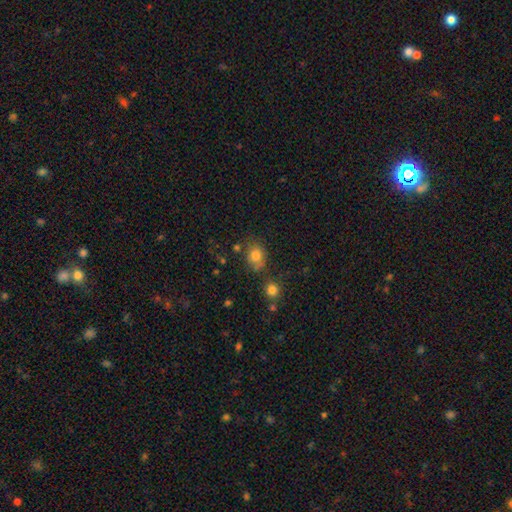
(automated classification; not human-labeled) Overall: smooth (79%). How rounded: round (59%; in between 40%). Merging: none (63%).